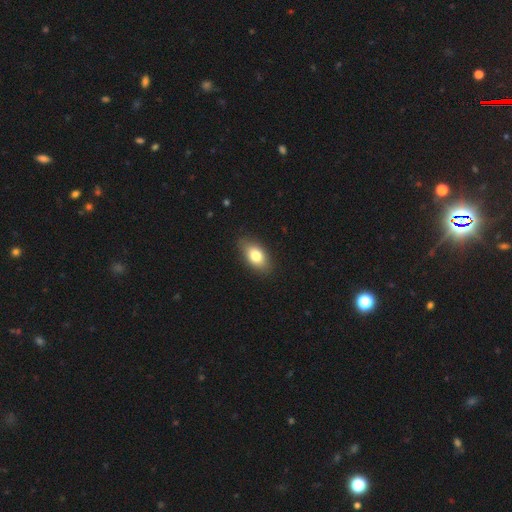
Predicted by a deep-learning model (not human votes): smooth_or_featured: smooth (p=0.77) [alt: featured or disk p=0.15]
how_rounded: in between (p=0.89) [alt: round p=0.07]
merging: none (p=0.85) [alt: minor disturbance p=0.11]